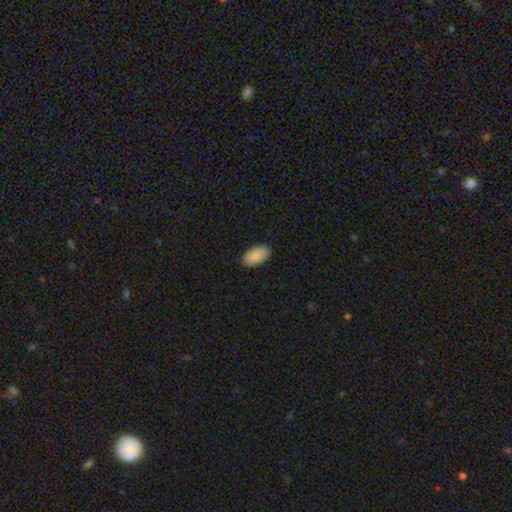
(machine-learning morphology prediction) Smooth or featured: smooth — 90% (star or artifact — 6%)
How rounded: in between — 95% (round — 3%)
Merging: none — 88% (minor disturbance — 9%)